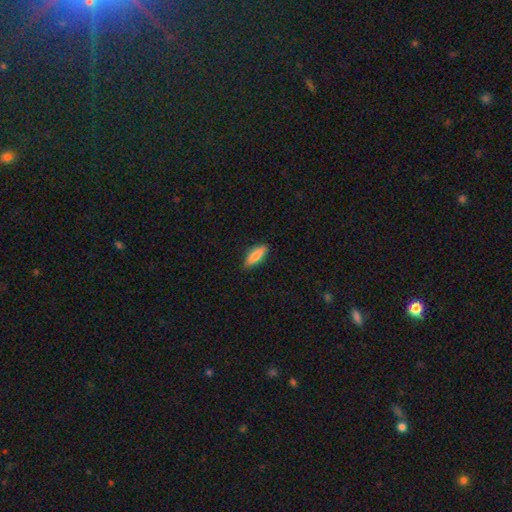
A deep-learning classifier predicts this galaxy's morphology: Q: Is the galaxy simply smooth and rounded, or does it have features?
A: smooth — 80%.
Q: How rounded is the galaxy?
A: in between — 62%.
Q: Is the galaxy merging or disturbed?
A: none — 85%.